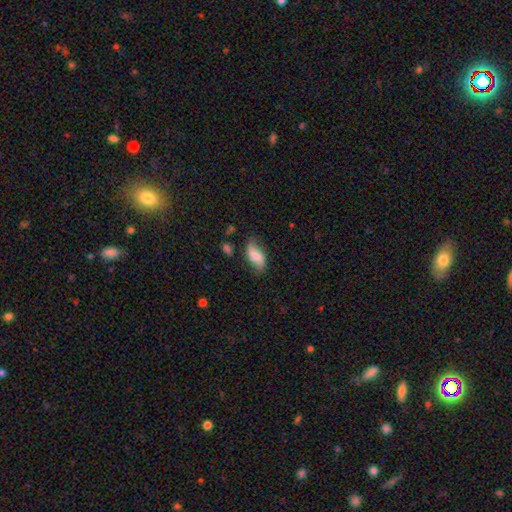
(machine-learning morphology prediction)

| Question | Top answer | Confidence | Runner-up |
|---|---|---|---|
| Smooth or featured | smooth | 49% | featured or disk (43%) |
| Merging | none | 68% | minor disturbance (23%) |